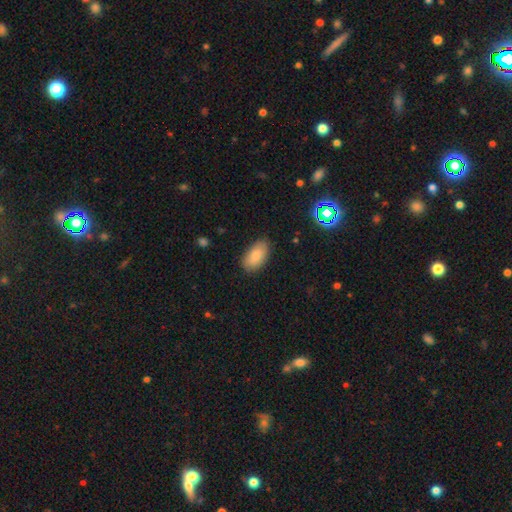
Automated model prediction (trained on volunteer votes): This appears to be a smooth galaxy with no disk features (85%) that is in between round and cigar-shaped (94%). Merging: none (84%).